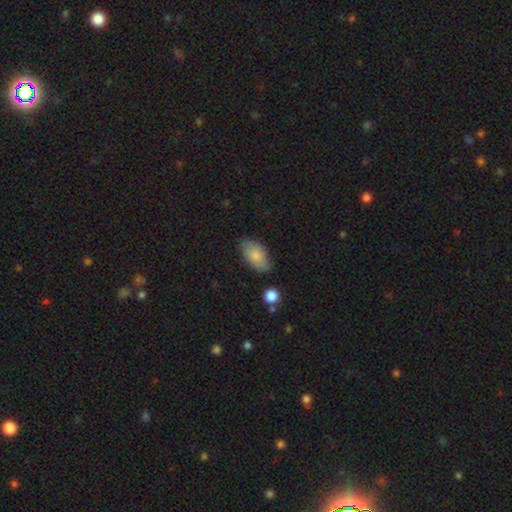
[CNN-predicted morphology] This is likely a smooth galaxy (77%). How rounded: clearly in between (93%). Merging: likely none (71%).